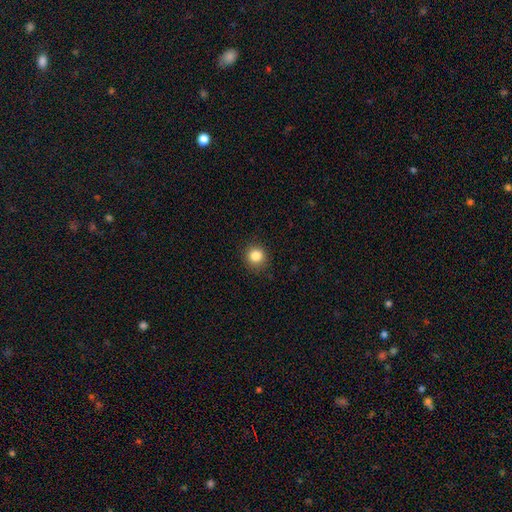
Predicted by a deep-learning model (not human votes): Overall: smooth (85%). How rounded: round (90%). Merging: none (89%).